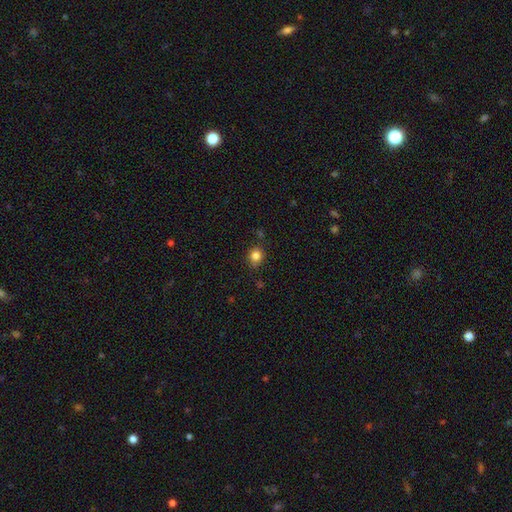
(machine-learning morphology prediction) Overall: smooth (83%). How rounded: round (84%). Merging: none (81%).